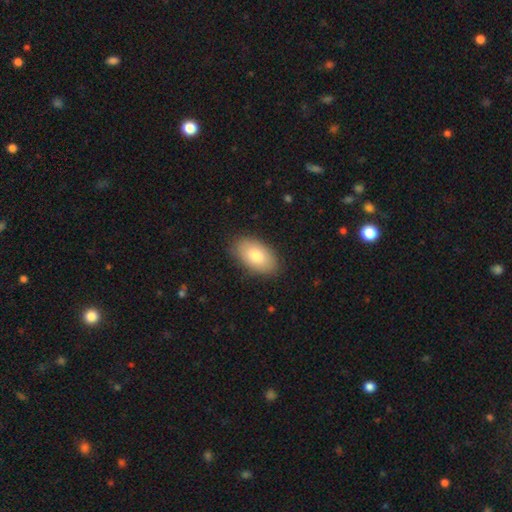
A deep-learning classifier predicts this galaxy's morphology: Overall: smooth (79%). How rounded: in between (94%). Merging: none (86%).